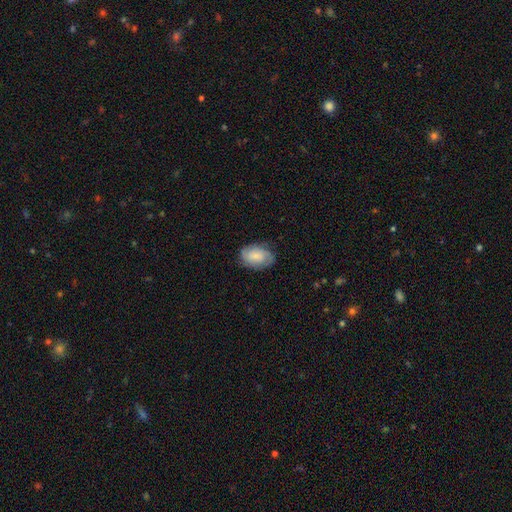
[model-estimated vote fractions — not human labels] smooth-or-featured: smooth: 61% | featured or disk: 32% | star or artifact: 7%
  how-rounded: in between: 88% | round: 11% | cigar-shaped: 1%
  merging: none: 76% | minor disturbance: 18% | major disturbance: 5% | merger: 1%